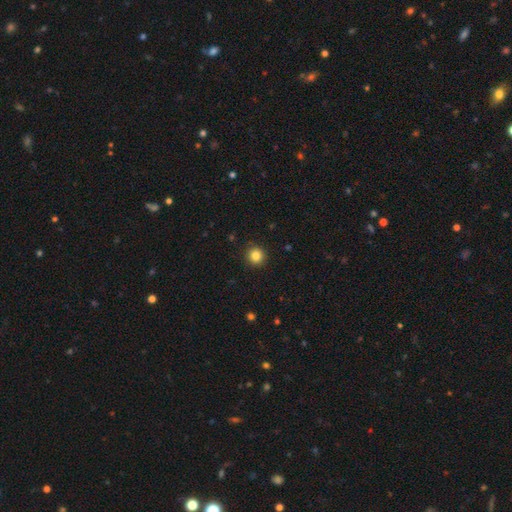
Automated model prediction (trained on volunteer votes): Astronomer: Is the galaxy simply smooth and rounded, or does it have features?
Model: smooth — 84%.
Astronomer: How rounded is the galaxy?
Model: round — 93%.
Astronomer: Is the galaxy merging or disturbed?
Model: none — 92%.